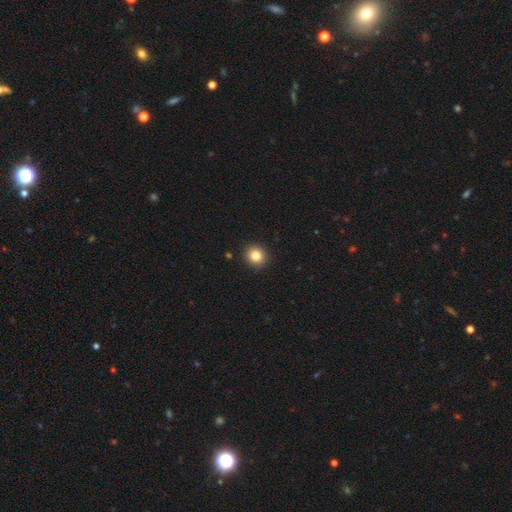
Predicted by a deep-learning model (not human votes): Smooth or featured? Predicted: smooth (p=0.83). How rounded? Predicted: round (p=0.86). Merging? Predicted: none (p=0.92).